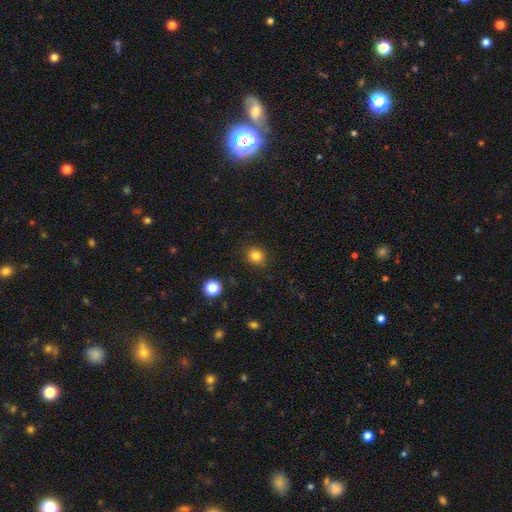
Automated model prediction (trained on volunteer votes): smooth_or_featured: smooth (p=0.83) [alt: star or artifact p=0.12]
how_rounded: round (p=0.76) [alt: in between p=0.23]
merging: none (p=0.85) [alt: minor disturbance p=0.11]